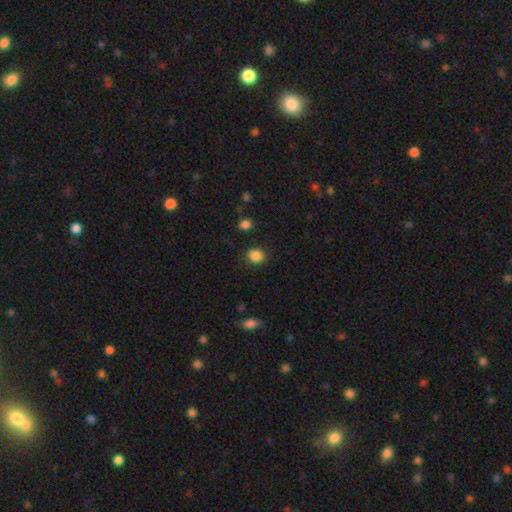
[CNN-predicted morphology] smooth-or-featured: smooth: 87% | star or artifact: 10% | featured or disk: 3%
  how-rounded: round: 78% | in between: 21% | cigar-shaped: 1%
  merging: none: 87% | minor disturbance: 8% | major disturbance: 3% | merger: 2%